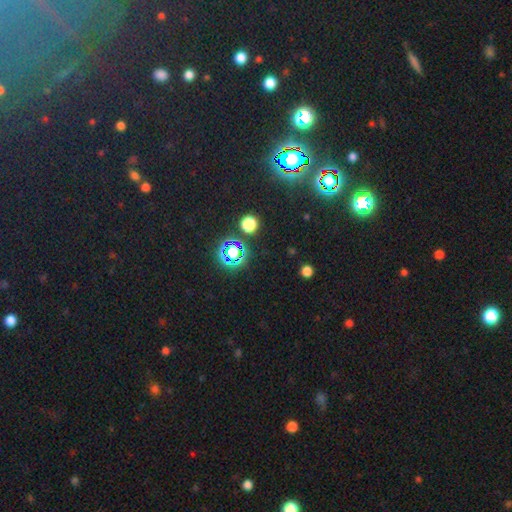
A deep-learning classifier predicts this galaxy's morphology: smooth_or_featured: star or artifact (p=0.76) [alt: smooth p=0.17]